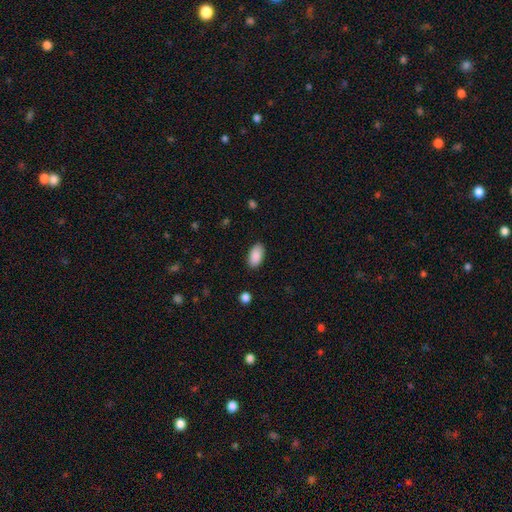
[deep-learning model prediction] Morphology: type=smooth (89%); roundness=in between (95%); merging=none (87%).